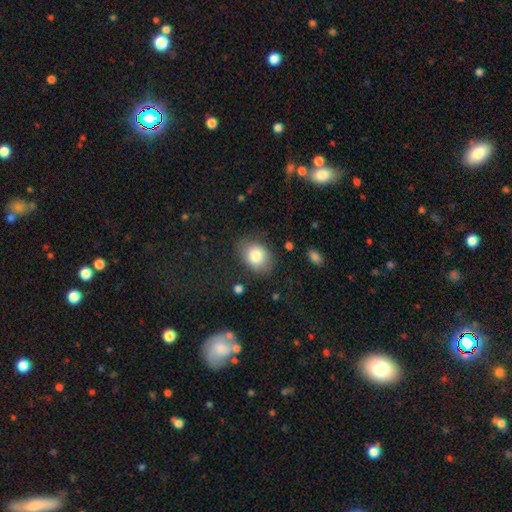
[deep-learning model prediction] Overall: smooth (83%). How rounded: in between (62%; round 37%). Merging: none (76%).